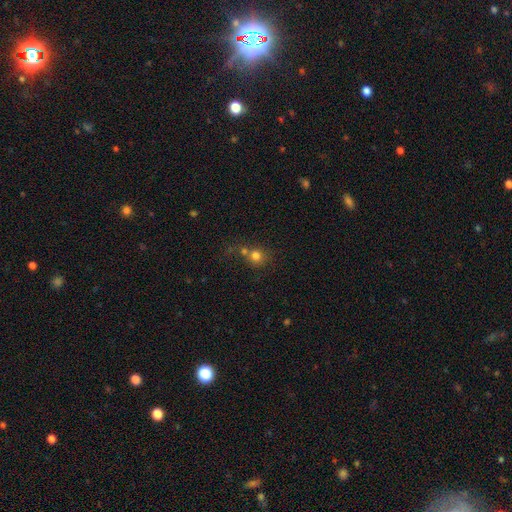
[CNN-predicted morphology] This appears to be a smooth galaxy with no disk features (77%) that is round (85%). Merging: none (49%).